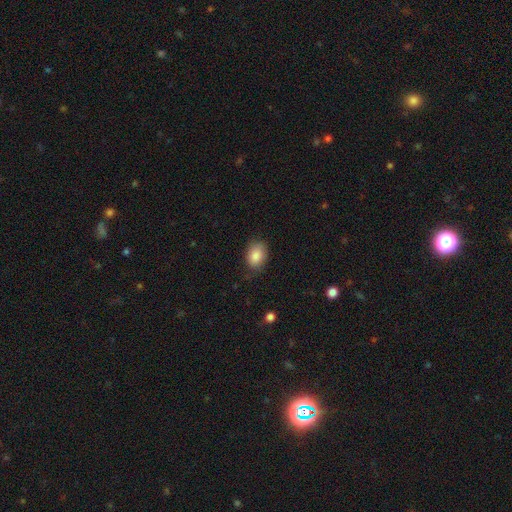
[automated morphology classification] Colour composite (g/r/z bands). It shows a smooth galaxy with no disk features (87%) that is in between round and cigar-shaped (75%). Merging: none (75%).